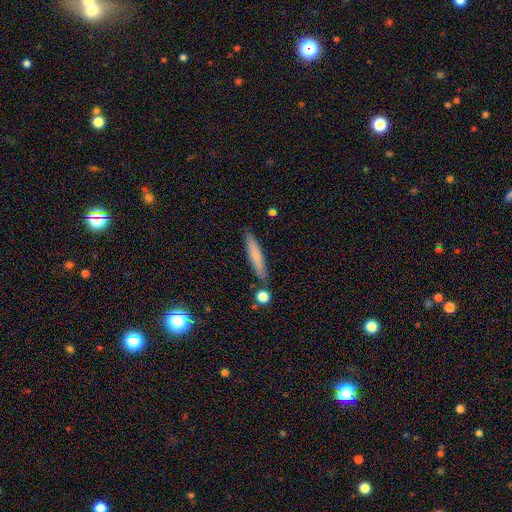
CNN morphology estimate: The model was most divided on "smooth or featured": smooth: 72%, featured or disk: 21%, star or artifact: 7%. More confident: how rounded — cigar-shaped (90%); merging — none (81%).